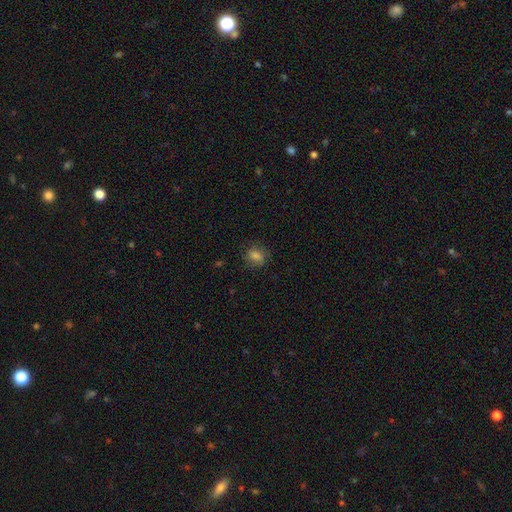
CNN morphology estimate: Smooth or featured?
  - smooth: 73% *
  - featured or disk: 14%
  - star or artifact: 13%
How rounded?
  - round: 55% *
  - in between: 43%
  - cigar-shaped: 2%
Merging?
  - none: 78% *
  - minor disturbance: 15%
  - major disturbance: 5%
  - merger: 1%